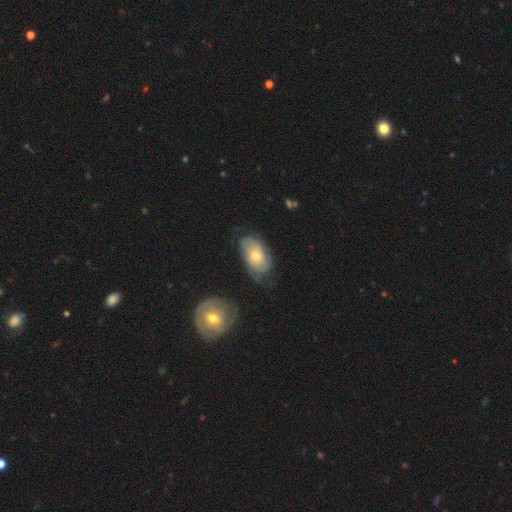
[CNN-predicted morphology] Smooth or featured: featured or disk — 57% (smooth — 36%)
Edge-on disk: no — 94% (yes — 6%)
Bar: no — 81% (weak — 16%)
Spiral arms: yes — 74% (no — 26%)
Bulge size: moderate — 50% (small — 45%)
Merging: none — 58% (minor disturbance — 26%)